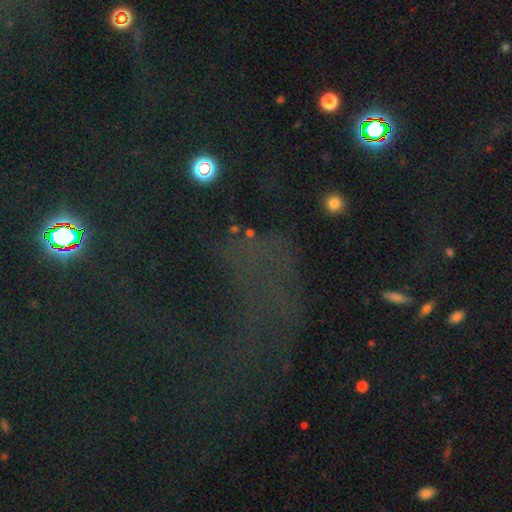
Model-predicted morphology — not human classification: Smooth or featured? Predicted: star or artifact (p=0.60).